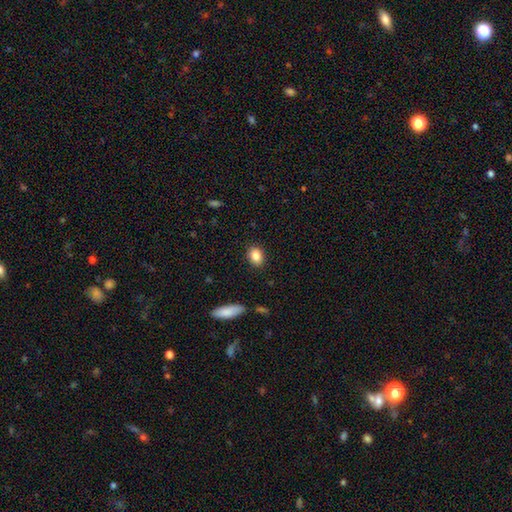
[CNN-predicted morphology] This appears to be a smooth galaxy with no disk features (87%) that is in between round and cigar-shaped (73%). Merging: none (88%).